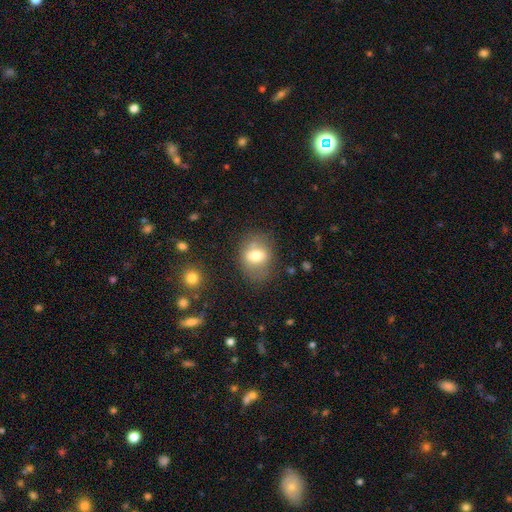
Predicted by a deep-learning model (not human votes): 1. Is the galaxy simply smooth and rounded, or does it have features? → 67% smooth, 24% featured or disk, 9% star or artifact.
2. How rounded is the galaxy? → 61% in between, 38% round, 1% cigar-shaped.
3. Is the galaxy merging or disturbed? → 67% none, 20% minor disturbance, 9% major disturbance, 5% merger.